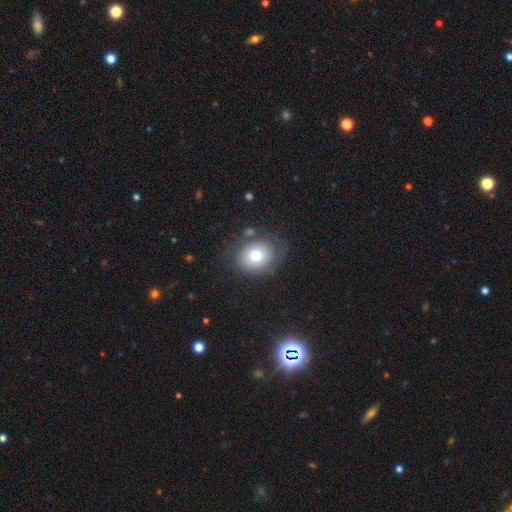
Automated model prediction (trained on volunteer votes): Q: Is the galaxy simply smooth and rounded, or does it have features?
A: smooth — 64%.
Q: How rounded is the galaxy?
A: round — 55%.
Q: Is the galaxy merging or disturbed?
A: none — 66%.